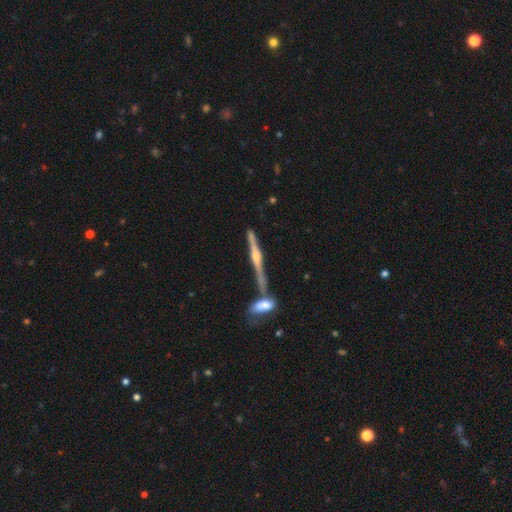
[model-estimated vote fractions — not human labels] Smooth or featured?
  - featured or disk: 79% *
  - smooth: 14%
  - star or artifact: 6%
Edge-on disk?
  - yes: 97% *
  - no: 3%
Edge-on bulge?
  - rounded: 81% *
  - boxy: 11%
  - none: 8%
Merging?
  - none: 68% *
  - merger: 17%
  - minor disturbance: 11%
  - major disturbance: 4%